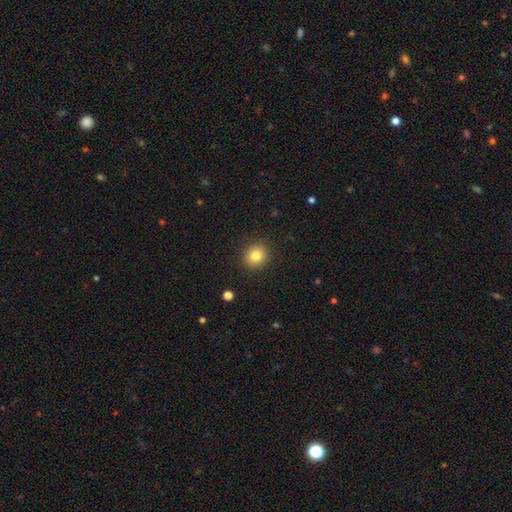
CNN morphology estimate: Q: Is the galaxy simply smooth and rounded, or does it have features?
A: smooth — 82%.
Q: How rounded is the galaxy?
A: round — 84%.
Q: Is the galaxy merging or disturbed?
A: none — 90%.